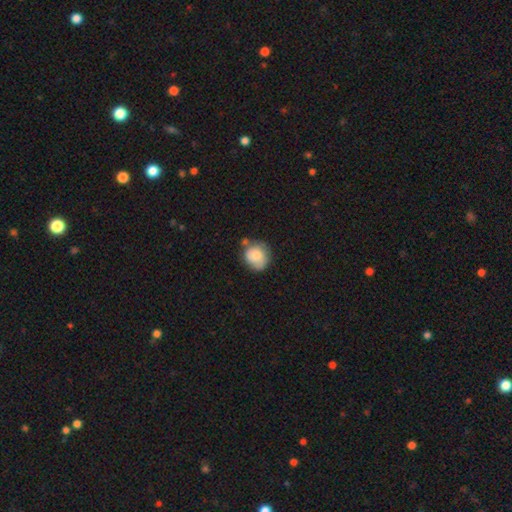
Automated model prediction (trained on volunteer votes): smooth-or-featured: smooth: 69% | featured or disk: 23% | star or artifact: 8%
  how-rounded: round: 78% | in between: 21% | cigar-shaped: 1%
  merging: none: 54% | minor disturbance: 27% | merger: 11% | major disturbance: 7%